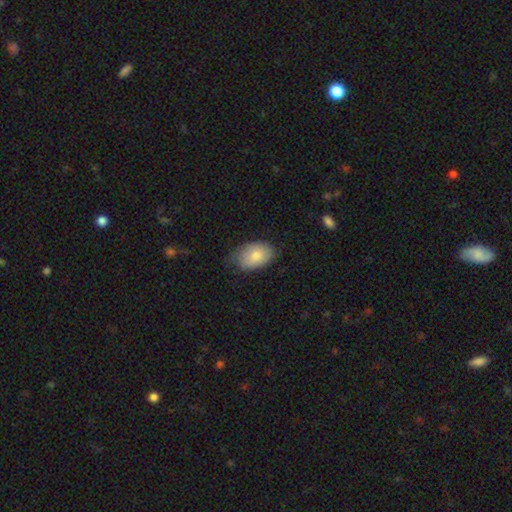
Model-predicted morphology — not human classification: A smooth galaxy with no disk features (81%) that is in between round and cigar-shaped (89%). Merging: none (63%).